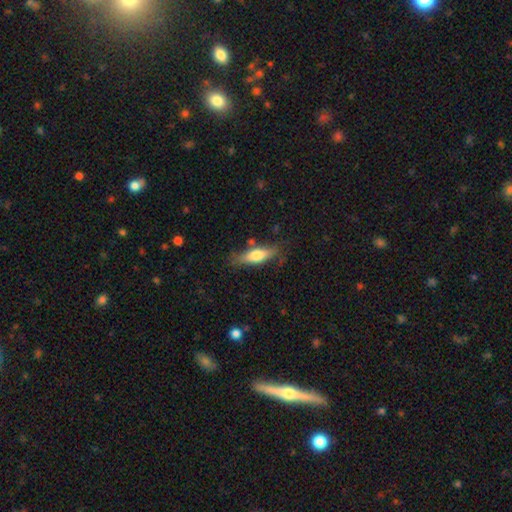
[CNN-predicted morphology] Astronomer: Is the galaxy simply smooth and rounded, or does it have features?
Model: smooth — 66%.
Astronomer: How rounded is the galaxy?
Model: cigar-shaped — 53% (runner-up: in between, 45%).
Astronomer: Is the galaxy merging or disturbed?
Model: none — 73%.